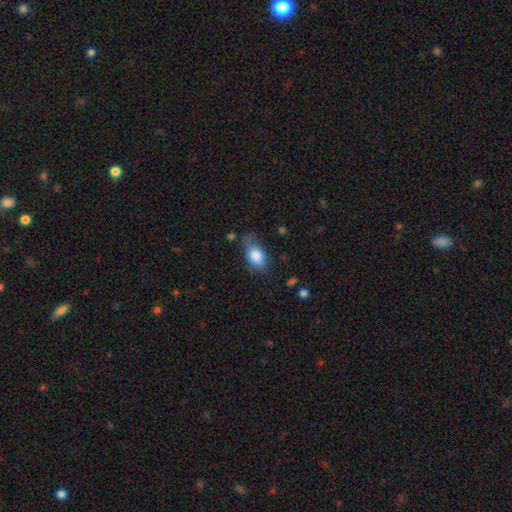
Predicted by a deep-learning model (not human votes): smooth 82%, featured or disk 11%, star or artifact 7%. Down the decision tree: how rounded — in between (90%); merging — none (55%).